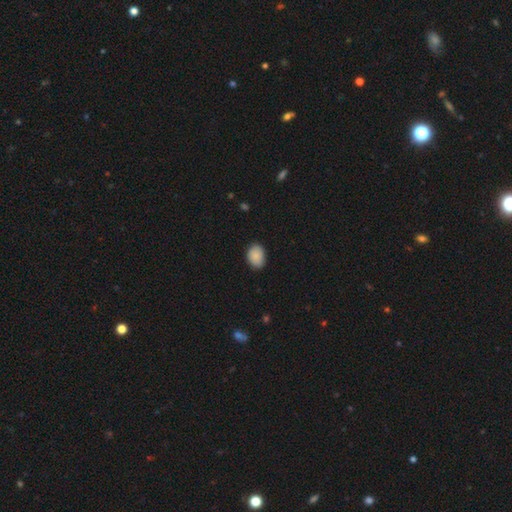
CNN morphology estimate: type=smooth (89%); roundness=in between (74%); merging=none (83%).